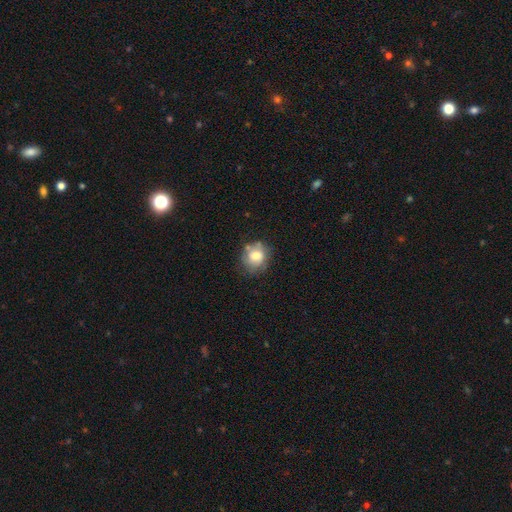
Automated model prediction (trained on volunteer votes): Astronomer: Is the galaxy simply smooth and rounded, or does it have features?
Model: smooth — 71%.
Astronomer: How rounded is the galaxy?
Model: round — 71%.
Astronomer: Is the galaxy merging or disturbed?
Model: none — 63%.